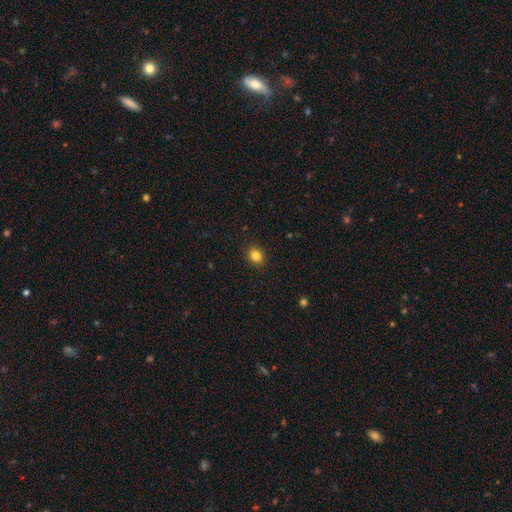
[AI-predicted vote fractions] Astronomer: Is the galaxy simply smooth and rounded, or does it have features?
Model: smooth — 83%.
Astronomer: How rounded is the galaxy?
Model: round — 61% (runner-up: in between, 38%).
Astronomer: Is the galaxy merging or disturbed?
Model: none — 91%.